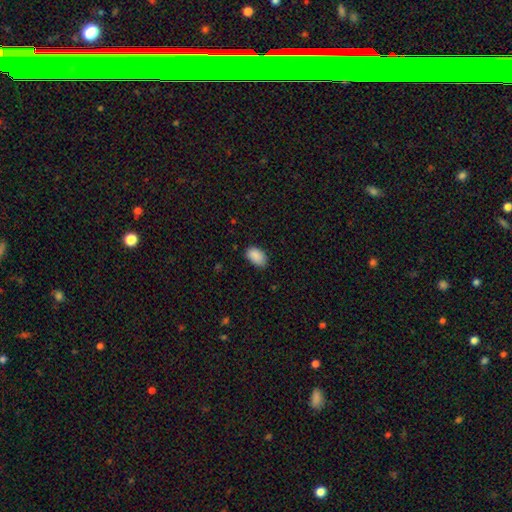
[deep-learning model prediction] smooth_or_featured: smooth (p=0.90) [alt: star or artifact p=0.07]
how_rounded: in between (p=0.92) [alt: round p=0.07]
merging: none (p=0.80) [alt: minor disturbance p=0.16]